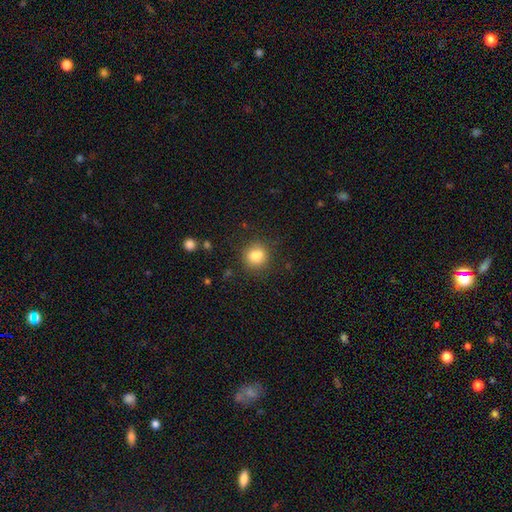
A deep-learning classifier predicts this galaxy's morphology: This appears to be a smooth galaxy with no disk features (83%) that is round (83%). Merging: none (77%).